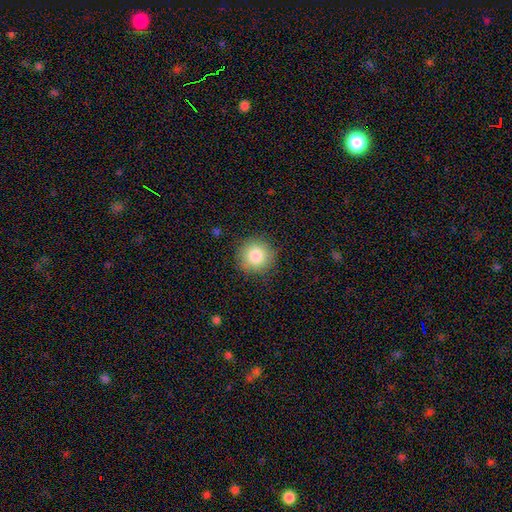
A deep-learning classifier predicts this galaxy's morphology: A smooth galaxy with no disk features (84%) that is round (94%).

Vote fractions:
- Smooth or featured? smooth: 84% / star or artifact: 9% / featured or disk: 7%
- How rounded? round: 94% / in between: 5% / cigar-shaped: 1%
- Merging? none: 89% / minor disturbance: 8% / major disturbance: 2% / merger: 1%